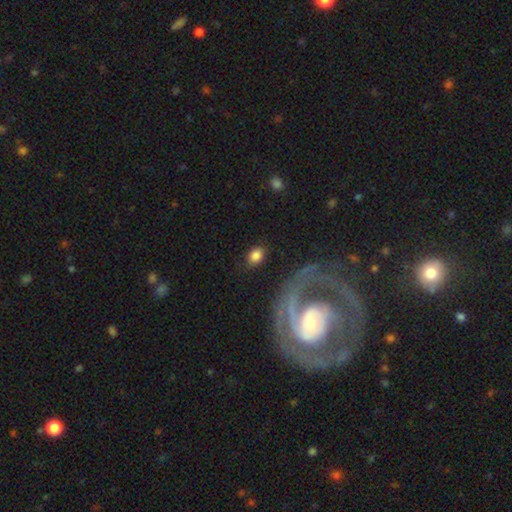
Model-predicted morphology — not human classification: smooth 81%, featured or disk 11%, star or artifact 8%. Down the decision tree: how rounded — in between (66%); merging — none (82%).